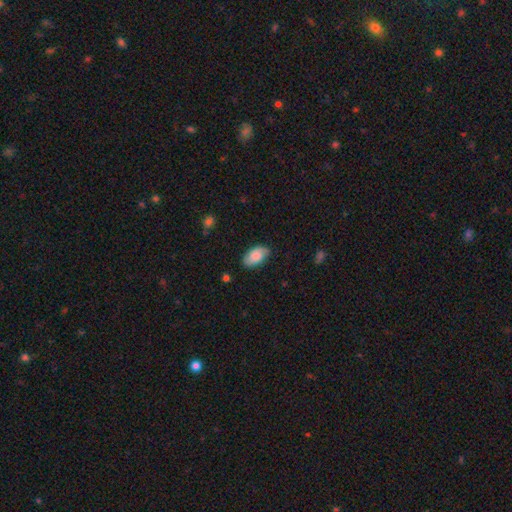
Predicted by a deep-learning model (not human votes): smooth-or-featured: smooth: 70% | featured or disk: 23% | star or artifact: 7%
  how-rounded: in between: 94% | round: 4% | cigar-shaped: 2%
  merging: none: 79% | minor disturbance: 16% | major disturbance: 3% | merger: 1%